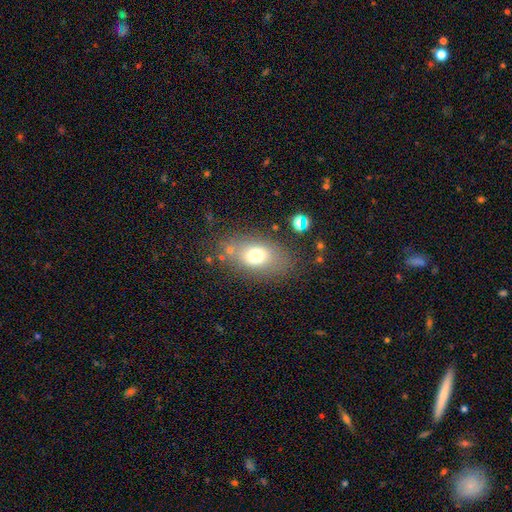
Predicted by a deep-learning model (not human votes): smooth_or_featured: smooth (p=0.70) [alt: featured or disk p=0.17]
how_rounded: in between (p=0.79) [alt: round p=0.18]
merging: none (p=0.73) [alt: minor disturbance p=0.15]